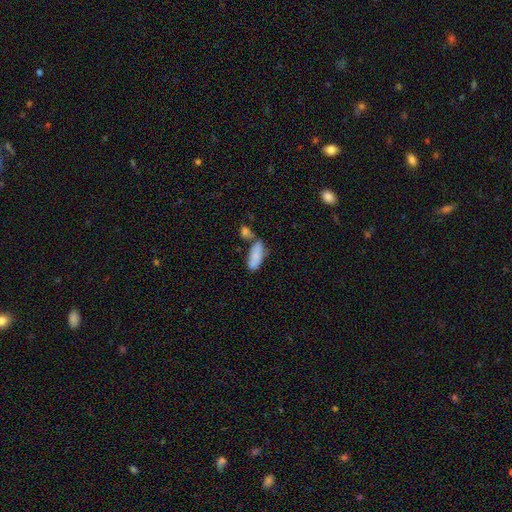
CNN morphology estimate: Smooth or featured?
  - smooth: 84% *
  - featured or disk: 10%
  - star or artifact: 7%
How rounded?
  - in between: 81% *
  - cigar-shaped: 17%
  - round: 2%
Merging?
  - none: 48% *
  - merger: 27%
  - minor disturbance: 18%
  - major disturbance: 6%